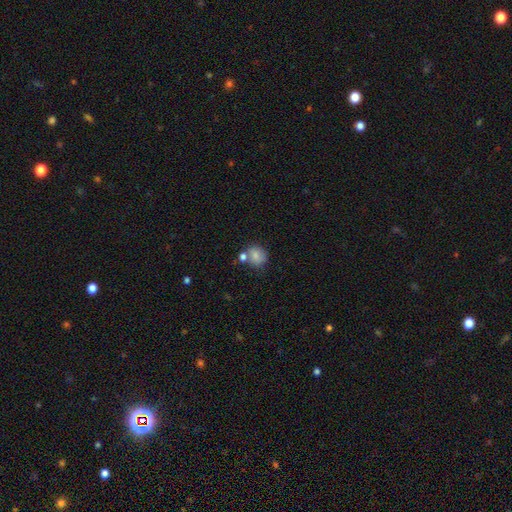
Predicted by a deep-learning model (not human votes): A smooth galaxy with no disk features (78%) that is round (71%).

Vote fractions:
- Smooth or featured? smooth: 78% / featured or disk: 12% / star or artifact: 10%
- How rounded? round: 71% / in between: 28% / cigar-shaped: 1%
- Merging? none: 52% / merger: 26% / minor disturbance: 17% / major disturbance: 6%